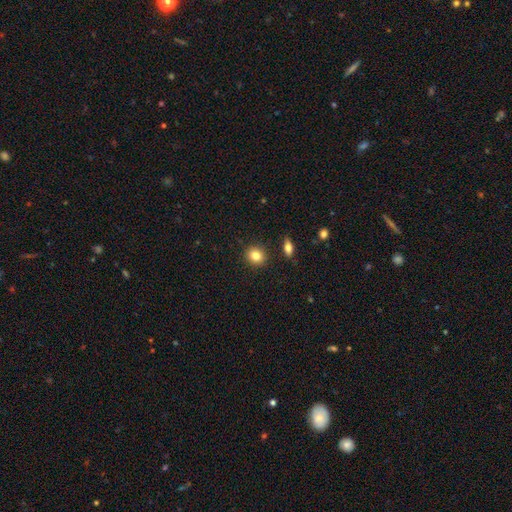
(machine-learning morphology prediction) type=smooth (82%); roundness=round (83%); merging=none (90%).